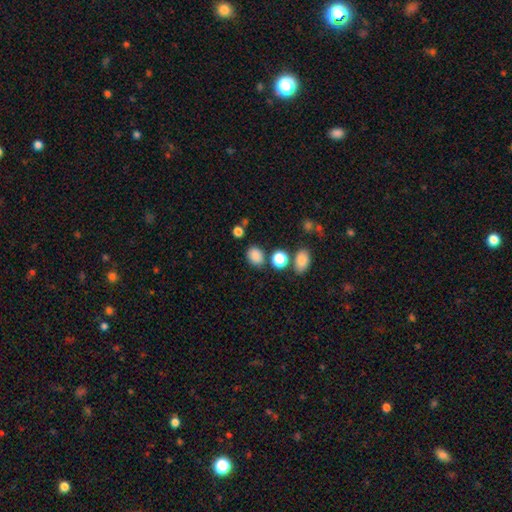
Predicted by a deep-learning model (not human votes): The model was most divided on "how rounded": in between: 59%, round: 40%, cigar-shaped: 1%. More confident: smooth or featured — smooth (84%); merging — none (75%).